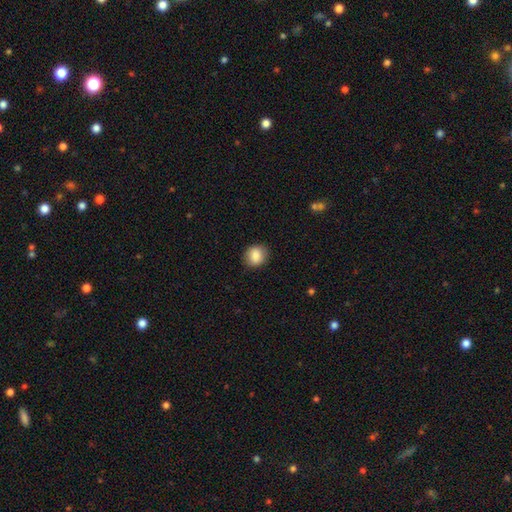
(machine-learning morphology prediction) Smooth or featured?
  - smooth: 85% *
  - star or artifact: 8%
  - featured or disk: 7%
How rounded?
  - round: 68% *
  - in between: 31%
  - cigar-shaped: 1%
Merging?
  - none: 87% *
  - minor disturbance: 10%
  - major disturbance: 3%
  - merger: 1%